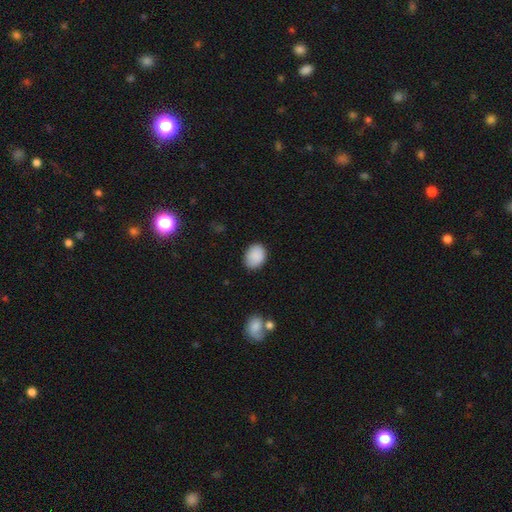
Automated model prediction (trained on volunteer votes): A smooth galaxy with no disk features (89%) that is in between round and cigar-shaped (64%).

Vote fractions:
- Smooth or featured? smooth: 89% / star or artifact: 7% / featured or disk: 3%
- How rounded? in between: 64% / round: 35% / cigar-shaped: 1%
- Merging? none: 84% / minor disturbance: 12% / major disturbance: 2% / merger: 1%